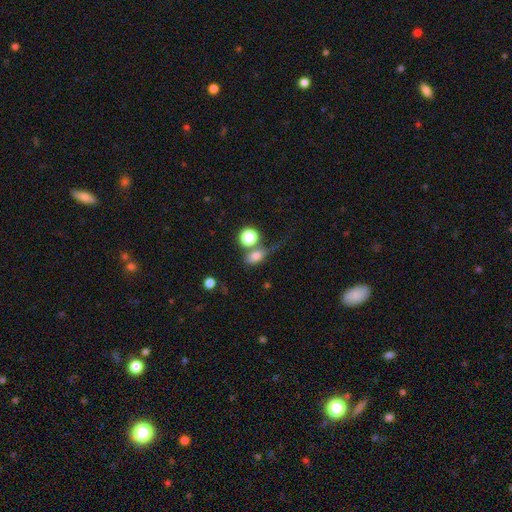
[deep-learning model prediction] This is likely a smooth galaxy (77%). How rounded: likely in between (68%). Merging: possibly none (45%).